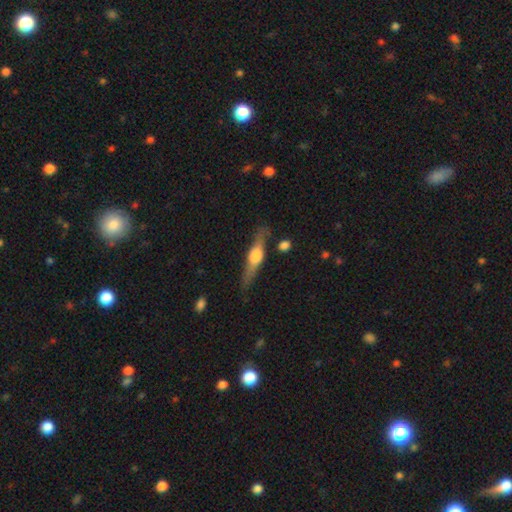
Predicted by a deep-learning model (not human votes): Morphology: type=featured or disk (67%); edge-on=yes (95%); edge-on bulge=rounded (91%); merging=none (79%).